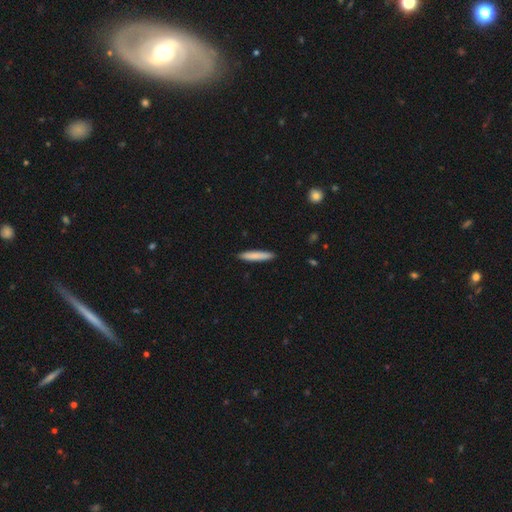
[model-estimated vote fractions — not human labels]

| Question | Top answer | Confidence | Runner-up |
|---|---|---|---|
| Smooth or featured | smooth | 83% | featured or disk (12%) |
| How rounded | cigar-shaped | 93% | in between (6%) |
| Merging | none | 91% | minor disturbance (7%) |